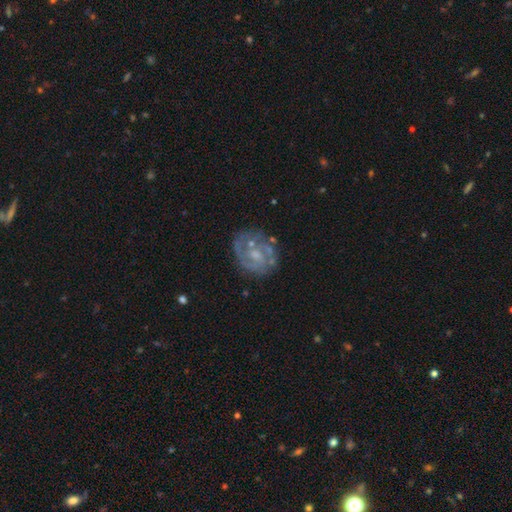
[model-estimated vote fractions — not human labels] A featured or disk galaxy (80%) with no bar (51%), 2 (48%) tight (46%) spiral arms (84%) and a small central bulge (49%).

Vote fractions:
- Smooth or featured? featured or disk: 80% / smooth: 13% / star or artifact: 7%
- Edge-on disk? no: 98% / yes: 2%
- Bar? no: 51% / weak: 41% / strong: 8%
- Spiral arms? yes: 84% / no: 16%
- Spiral winding? tight: 46% / medium: 41% / loose: 13%
- Spiral arm count? 2: 48% / can't tell: 26% / 3: 14% / 1: 5% / 4: 4% / more than 4: 3%
- Bulge size? small: 49% / moderate: 33% / none: 15% / large: 2% / dominant: 1%
- Merging? none: 70% / minor disturbance: 17% / major disturbance: 9% / merger: 3%